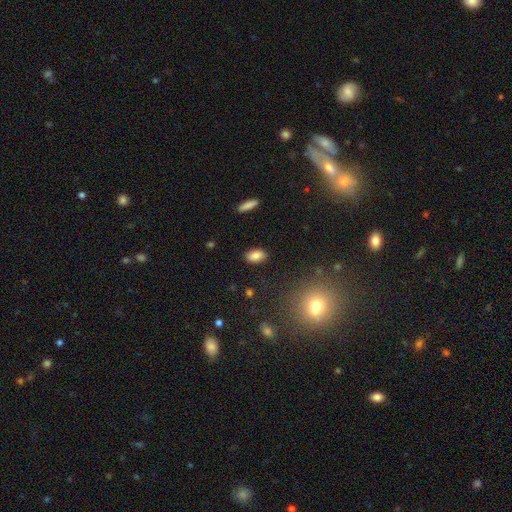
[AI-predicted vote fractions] This appears to be a smooth galaxy with no disk features (84%) that is in between round and cigar-shaped (91%). Merging: none (87%).